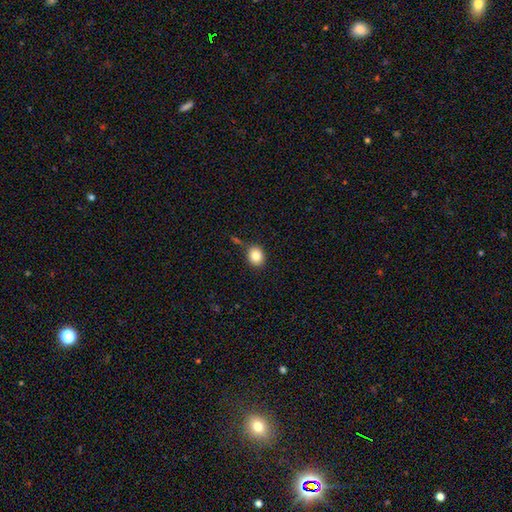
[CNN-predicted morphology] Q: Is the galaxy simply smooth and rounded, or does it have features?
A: smooth — 84%.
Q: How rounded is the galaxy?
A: round — 64%.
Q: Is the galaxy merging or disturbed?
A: none — 80%.